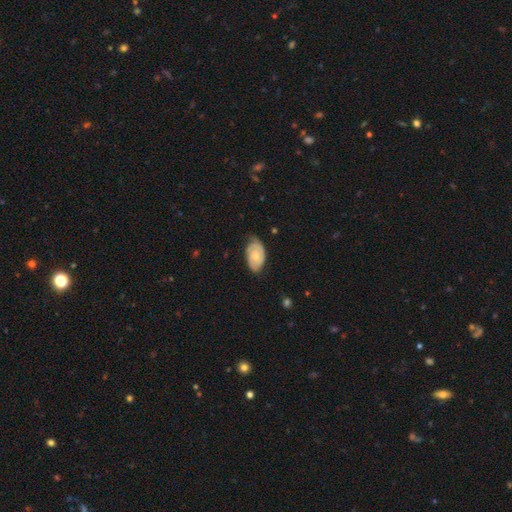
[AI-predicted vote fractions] Smooth or featured? Predicted: featured or disk (p=0.60). Edge-on disk? Predicted: no (p=0.95). Bar? Predicted: no (p=0.77). Spiral arms? Predicted: yes (p=0.79). Bulge size? Predicted: moderate (p=0.59). Merging? Predicted: none (p=0.62).